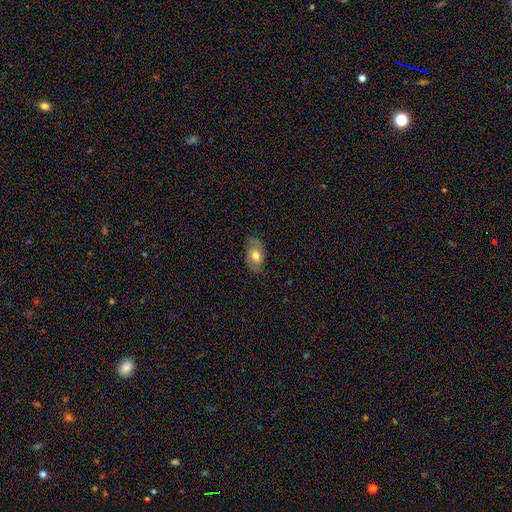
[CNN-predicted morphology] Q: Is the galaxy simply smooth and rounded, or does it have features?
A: smooth — 65%.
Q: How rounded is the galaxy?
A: in between — 91%.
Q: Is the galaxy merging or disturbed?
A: none — 78%.